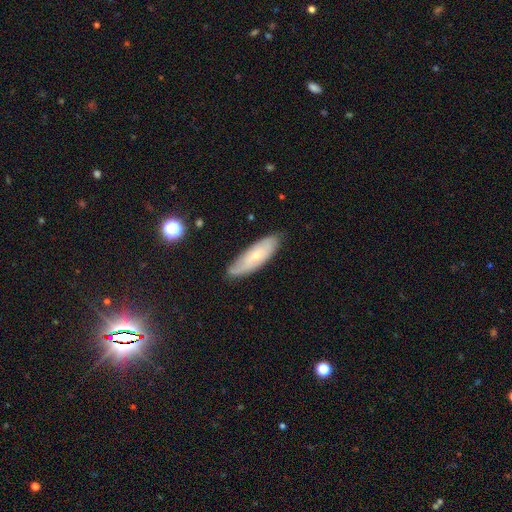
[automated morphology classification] Smooth or featured: smooth — 51% (featured or disk — 42%)
How rounded: in between — 53% (cigar-shaped — 46%)
Merging: none — 76% (minor disturbance — 19%)